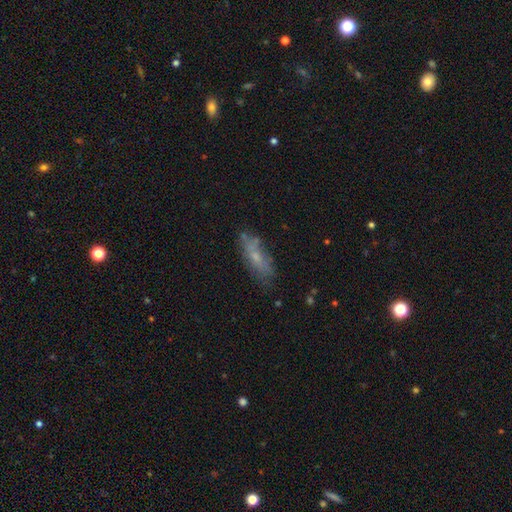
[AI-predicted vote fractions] Smooth or featured?
  - smooth: 55% *
  - featured or disk: 36%
  - star or artifact: 9%
How rounded?
  - in between: 55% *
  - cigar-shaped: 43%
  - round: 3%
Merging?
  - none: 62% *
  - minor disturbance: 25%
  - major disturbance: 9%
  - merger: 5%